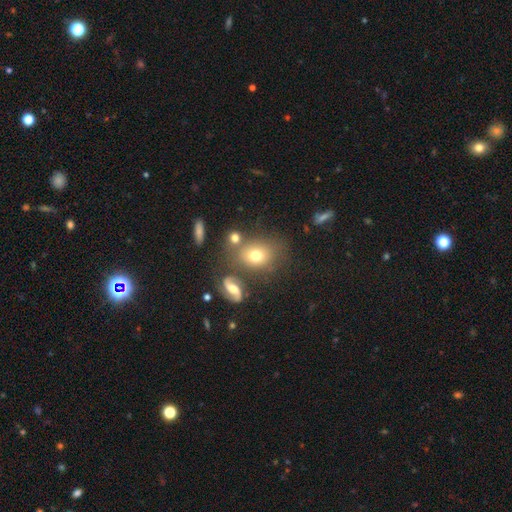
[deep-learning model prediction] smooth-or-featured: smooth: 68% | featured or disk: 20% | star or artifact: 12%
  how-rounded: in between: 52% | round: 46% | cigar-shaped: 1%
  merging: none: 62% | minor disturbance: 16% | merger: 14% | major disturbance: 7%